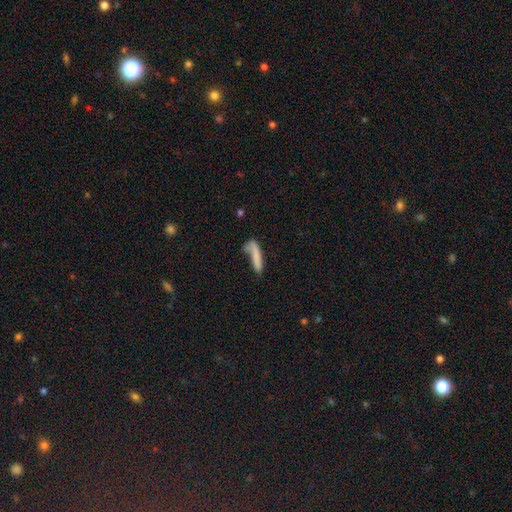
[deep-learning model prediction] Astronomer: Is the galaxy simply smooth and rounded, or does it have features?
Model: smooth — 77%.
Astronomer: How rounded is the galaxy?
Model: cigar-shaped — 83%.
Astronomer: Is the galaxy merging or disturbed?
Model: none — 48%.